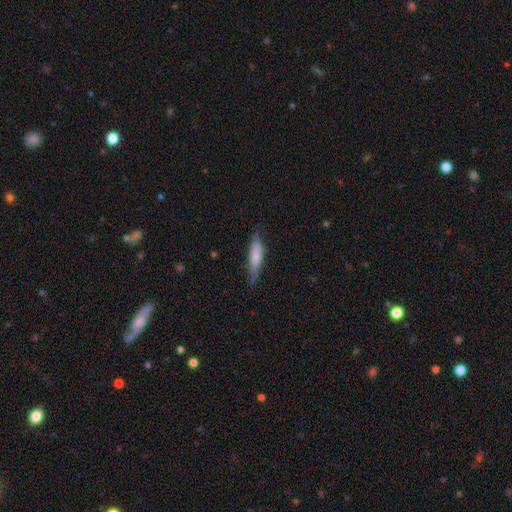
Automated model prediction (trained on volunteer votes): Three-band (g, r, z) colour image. It shows a smooth galaxy with no disk features (70%) that is cigar-shaped (76%). Merging: none (76%).